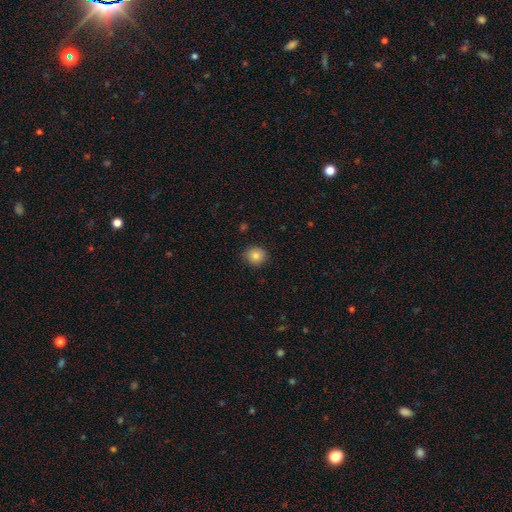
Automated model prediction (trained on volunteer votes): Smooth or featured?
  - smooth: 83% *
  - star or artifact: 10%
  - featured or disk: 7%
How rounded?
  - round: 86% *
  - in between: 13%
  - cigar-shaped: 1%
Merging?
  - none: 87% *
  - minor disturbance: 9%
  - major disturbance: 2%
  - merger: 1%